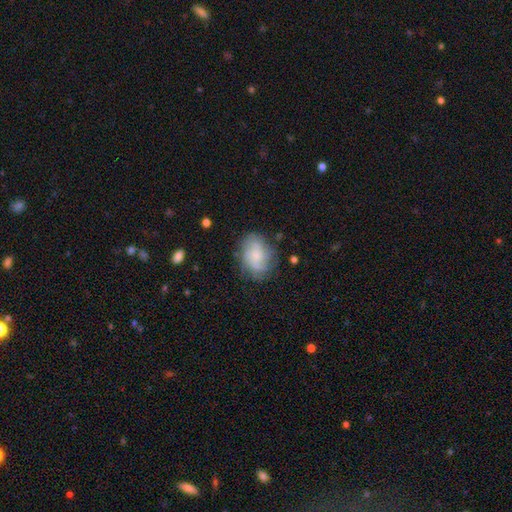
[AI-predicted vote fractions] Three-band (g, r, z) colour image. It shows a featured or disk galaxy (61%) with no bar (70%), medium (42%) spiral arms (90%) and a small central bulge (41%). Merging: none (72%).